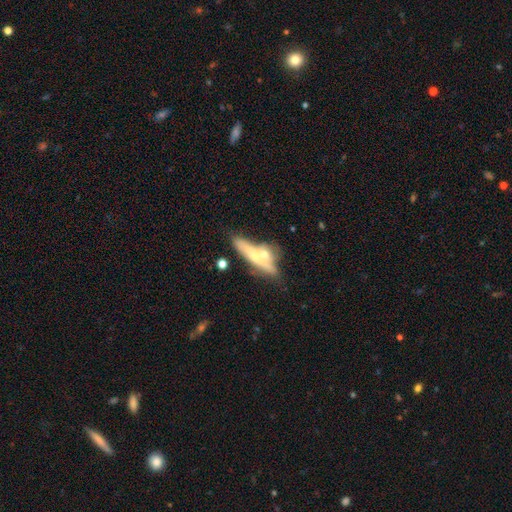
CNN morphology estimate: The model was most divided on "merging": merger: 40%, none: 39%, minor disturbance: 14%, major disturbance: 6%. Remaining: smooth or featured — featured or disk (47%).